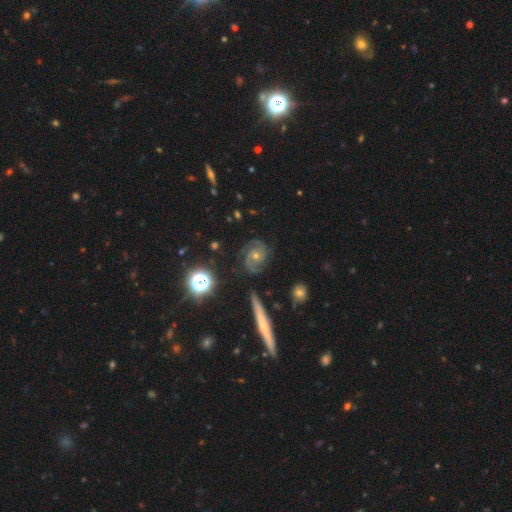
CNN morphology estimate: The model was most divided on "bulge size" (2-way tie): moderate: 47%, small: 47%, large: 2%, none: 2%, dominant: 1%. More confident: spiral arms — yes (97%); edge-on disk — no (95%); smooth or featured — featured or disk (83%); merging — none (78%); bar — no (70%); spiral arm count — 2 (62%); spiral winding — tight (55%).